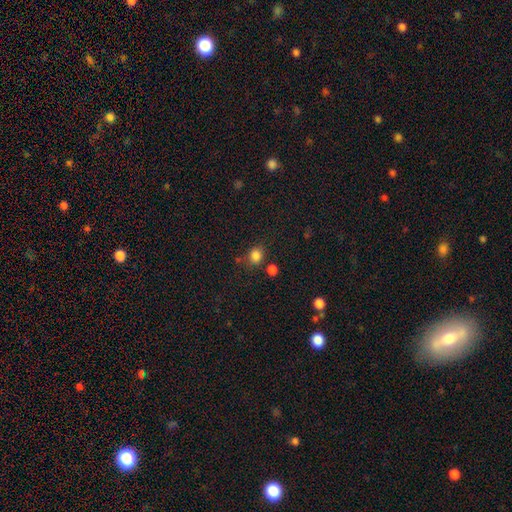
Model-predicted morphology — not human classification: A smooth galaxy with no disk features (82%) that is round (65%).

Vote fractions:
- Smooth or featured? smooth: 82% / star or artifact: 13% / featured or disk: 5%
- How rounded? round: 65% / in between: 34% / cigar-shaped: 1%
- Merging? none: 71% / minor disturbance: 14% / merger: 10% / major disturbance: 5%